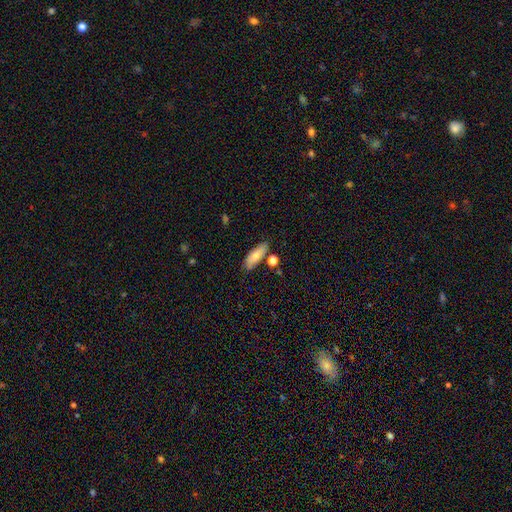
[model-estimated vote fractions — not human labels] A smooth galaxy with no disk features (73%) that is in between round and cigar-shaped (71%). Merging: none (73%).